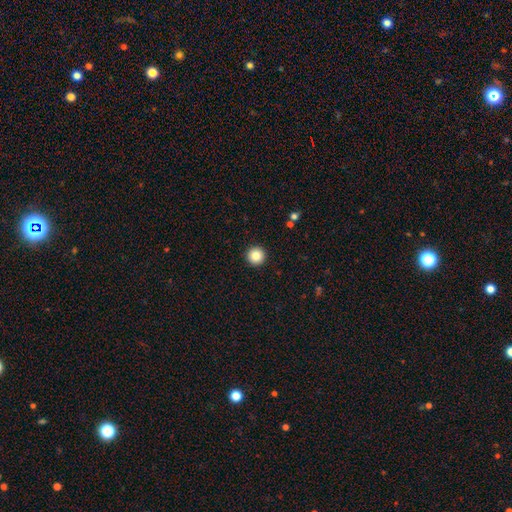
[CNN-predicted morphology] A smooth galaxy with no disk features (85%) that is round (97%). Merging: none (94%).